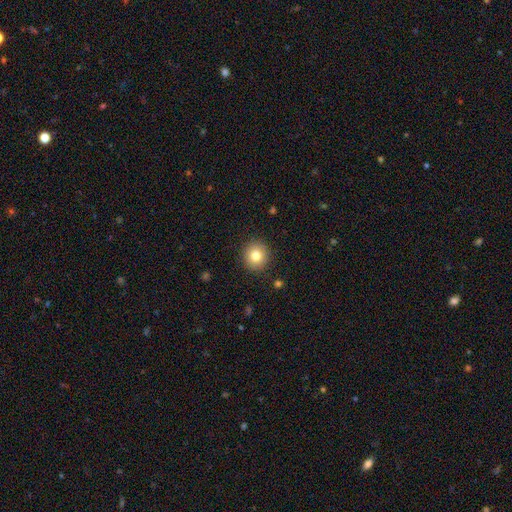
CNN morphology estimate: type=smooth (80%); roundness=round (92%); merging=none (91%).